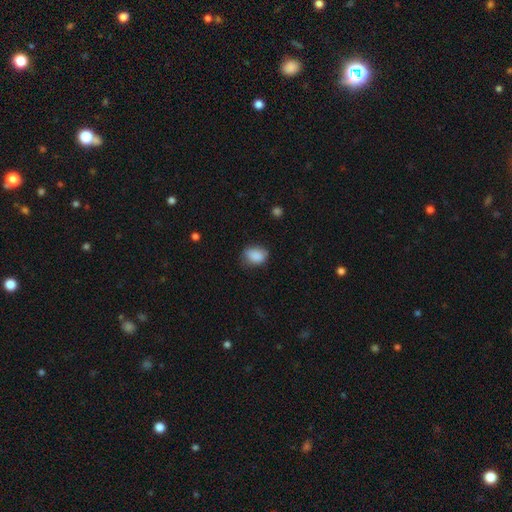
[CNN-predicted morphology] smooth-or-featured: smooth: 87% | star or artifact: 8% | featured or disk: 5%
  how-rounded: in between: 69% | round: 30% | cigar-shaped: 1%
  merging: none: 69% | minor disturbance: 24% | major disturbance: 5% | merger: 1%